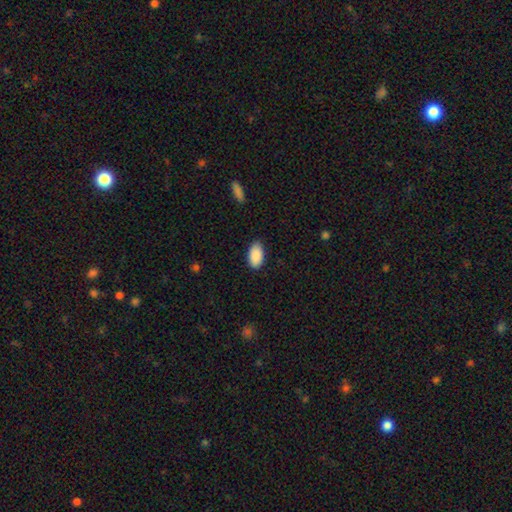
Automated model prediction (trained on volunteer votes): Overall: smooth (91%). How rounded: in between (95%). Merging: none (86%).